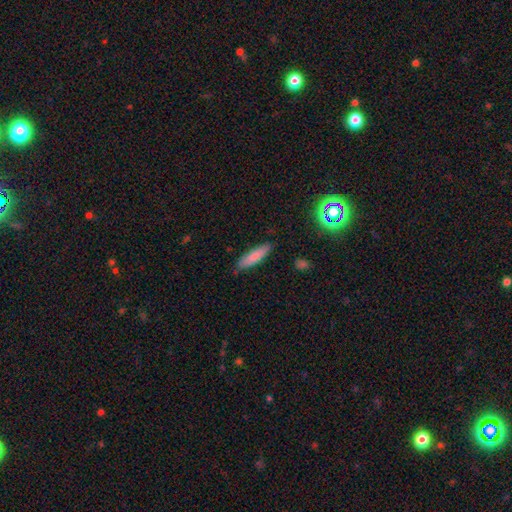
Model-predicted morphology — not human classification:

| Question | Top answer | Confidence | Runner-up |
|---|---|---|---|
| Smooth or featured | smooth | 82% | featured or disk (12%) |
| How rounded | cigar-shaped | 71% | in between (28%) |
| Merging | none | 84% | minor disturbance (12%) |